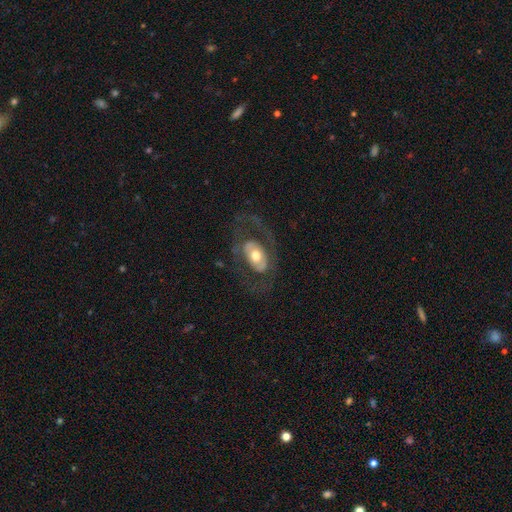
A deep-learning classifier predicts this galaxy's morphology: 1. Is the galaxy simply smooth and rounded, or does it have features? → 63% featured or disk, 31% smooth, 6% star or artifact.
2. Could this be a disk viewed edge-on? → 92% no, 8% yes.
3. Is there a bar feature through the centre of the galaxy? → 68% no, 21% weak, 11% strong.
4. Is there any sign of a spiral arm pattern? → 50% yes (tied), 50% no (tied).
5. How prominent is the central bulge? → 68% moderate, 20% large, 9% small, 2% dominant, 1% none.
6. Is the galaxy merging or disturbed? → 60% none, 23% major disturbance, 15% minor disturbance, 2% merger.